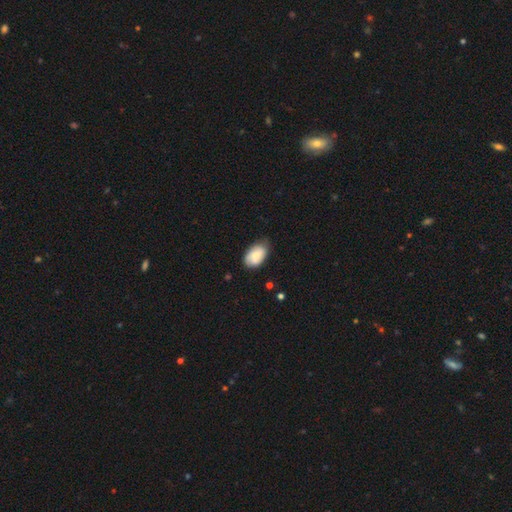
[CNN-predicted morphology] Q: Smooth or featured?
A: smooth (66%); runner-up: featured or disk (27%)
Q: How rounded?
A: in between (90%); runner-up: round (8%)
Q: Merging?
A: none (69%); runner-up: minor disturbance (25%)